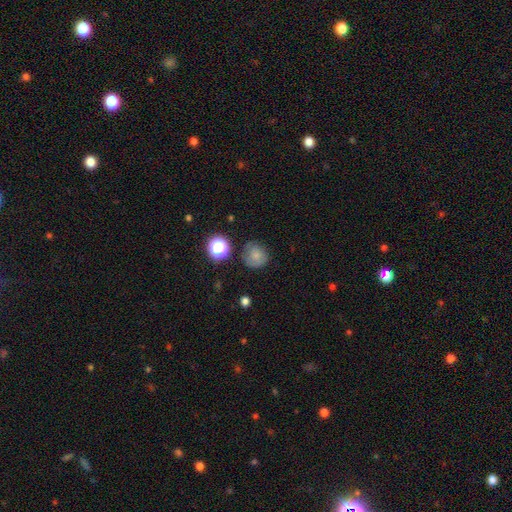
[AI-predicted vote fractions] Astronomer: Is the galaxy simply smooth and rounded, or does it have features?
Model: smooth — 74%.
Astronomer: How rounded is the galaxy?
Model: round — 84%.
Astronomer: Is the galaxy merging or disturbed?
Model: none — 68%.